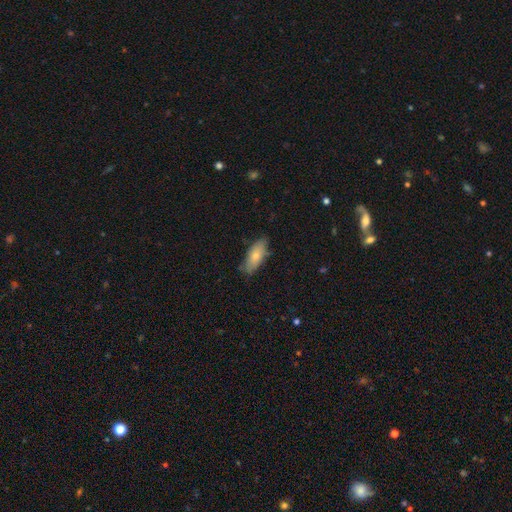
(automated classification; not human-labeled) This is likely a smooth galaxy (73%). How rounded: likely in between (78%). Merging: likely none (76%).